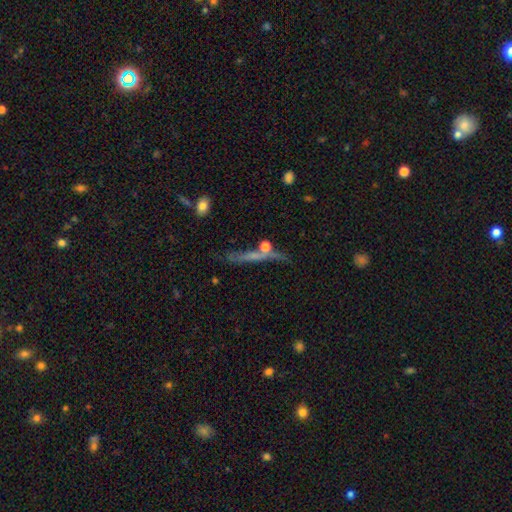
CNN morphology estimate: smooth_or_featured: featured or disk (p=0.55) [alt: smooth p=0.30]
disk_edge_on: yes (p=0.88) [alt: no p=0.12]
merging: none (p=0.67) [alt: minor disturbance p=0.15]